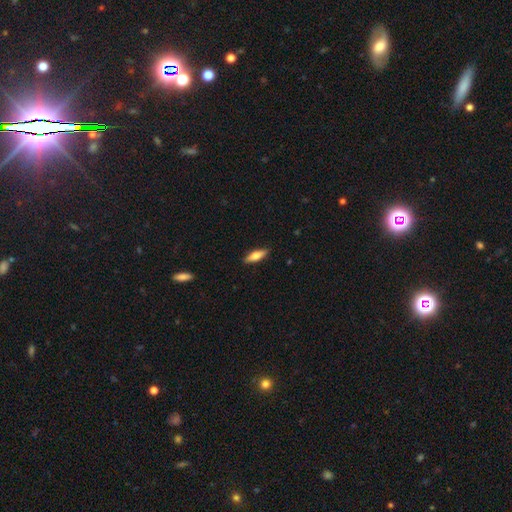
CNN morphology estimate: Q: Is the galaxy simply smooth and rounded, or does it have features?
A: smooth — 59%.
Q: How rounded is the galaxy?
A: cigar-shaped — 55%.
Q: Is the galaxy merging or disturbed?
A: none — 89%.